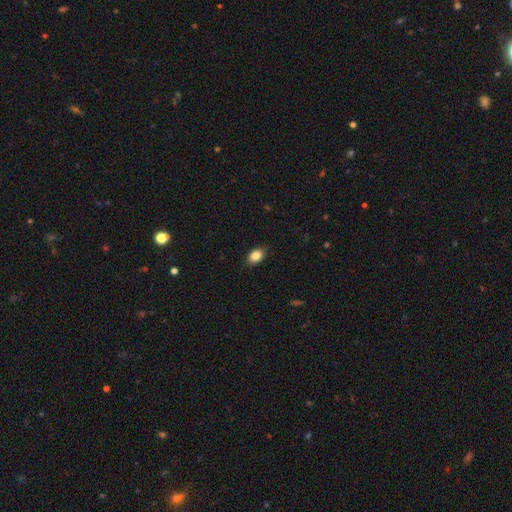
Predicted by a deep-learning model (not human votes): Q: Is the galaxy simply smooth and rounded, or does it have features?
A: smooth — 85%.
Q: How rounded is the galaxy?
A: in between — 82%.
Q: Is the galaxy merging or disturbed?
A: none — 86%.